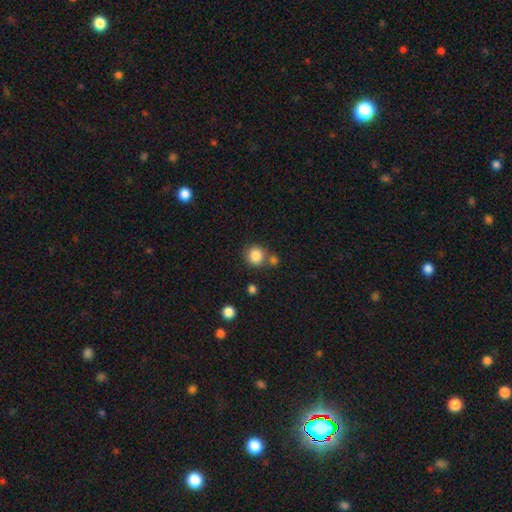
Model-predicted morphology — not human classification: Smooth or featured? Predicted: smooth (p=0.85). How rounded? Predicted: round (p=0.88). Merging? Predicted: none (p=0.68).